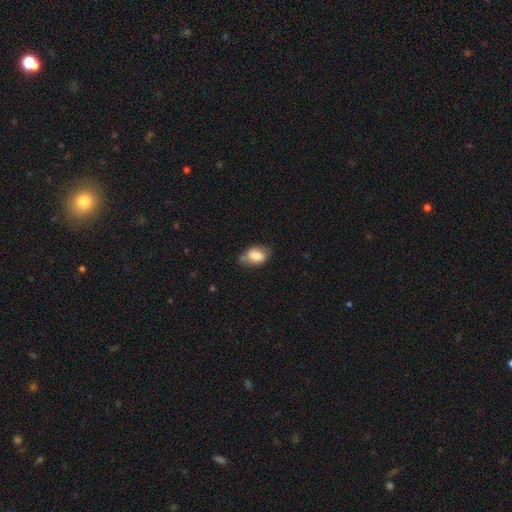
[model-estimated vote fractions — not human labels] The model was most divided on "merging": none: 49%, minor disturbance: 34%, merger: 9%, major disturbance: 8%. More confident: how rounded — in between (83%); smooth or featured — smooth (76%).